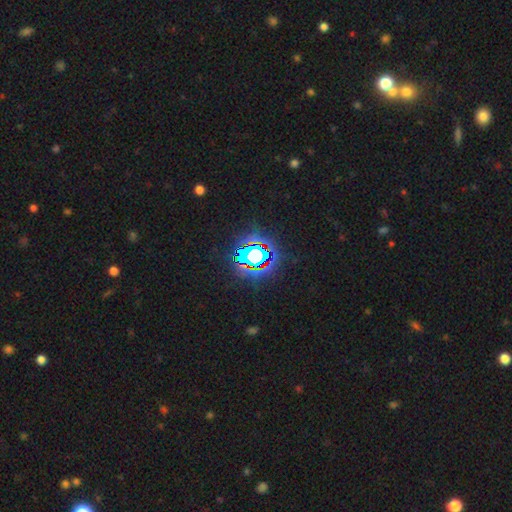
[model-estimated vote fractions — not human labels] Smooth or featured?
  - star or artifact: 75% *
  - smooth: 14%
  - featured or disk: 11%